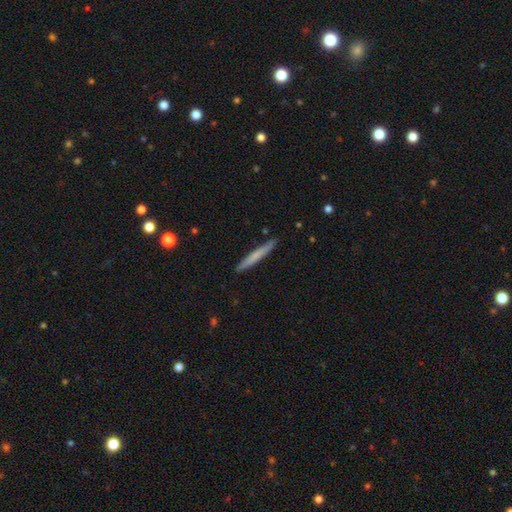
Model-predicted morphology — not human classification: Smooth or featured? smooth (66%)
How rounded? cigar-shaped (97%)
Merging? none (90%)